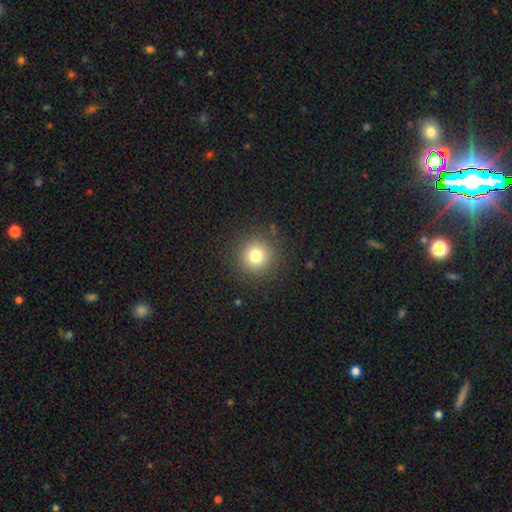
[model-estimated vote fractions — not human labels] The model was most divided on "smooth or featured": smooth: 78%, star or artifact: 14%, featured or disk: 9%. More confident: how rounded — round (94%); merging — none (88%).